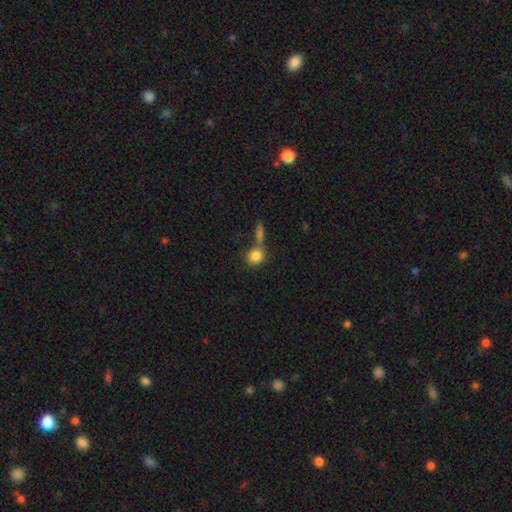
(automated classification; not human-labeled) Overall: smooth (84%). How rounded: round (75%). Merging: none (51%; merger 34%).